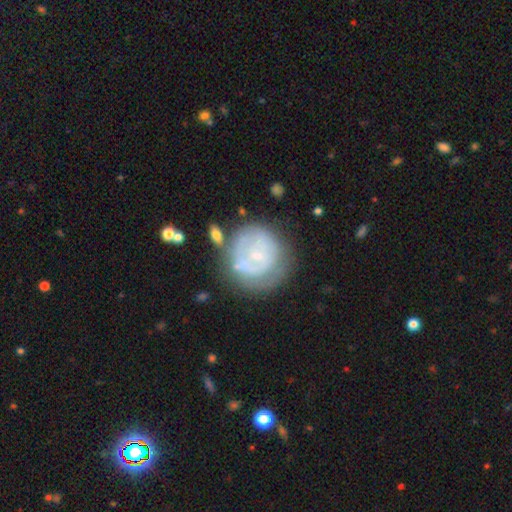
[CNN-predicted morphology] This is possibly a featured or disk galaxy (57%). It is clearly not viewed edge-on (97%). Bar: likely no (76%). Spiral arm pattern: possibly no (51%). Central bulge: likely small (77%). Merging: possibly none (56%).